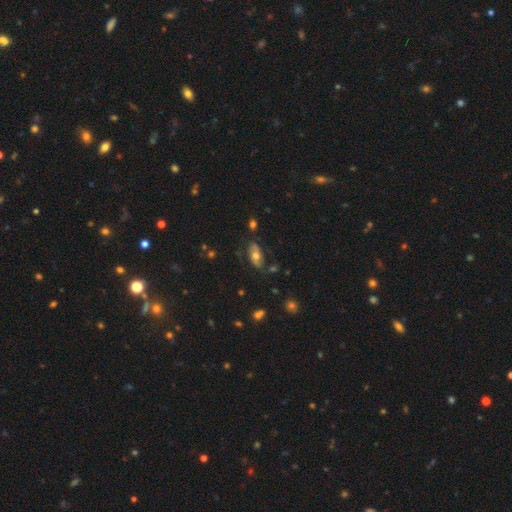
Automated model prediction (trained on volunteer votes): Smooth or featured: smooth — 52% (featured or disk — 40%)
How rounded: in between — 88% (cigar-shaped — 8%)
Merging: none — 66% (minor disturbance — 22%)